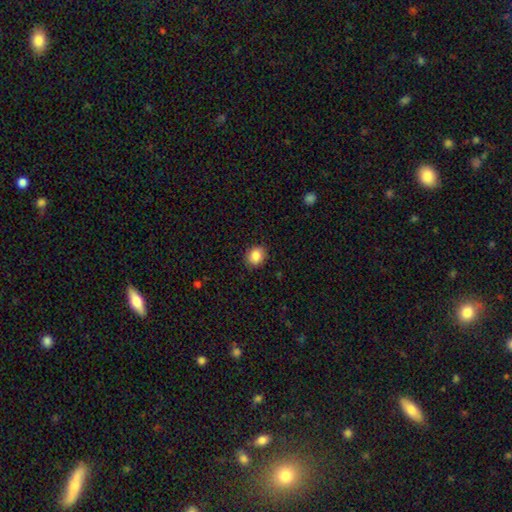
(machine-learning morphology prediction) Smooth or featured: smooth — 88% (star or artifact — 9%)
How rounded: round — 63% (in between — 36%)
Merging: none — 86% (minor disturbance — 10%)